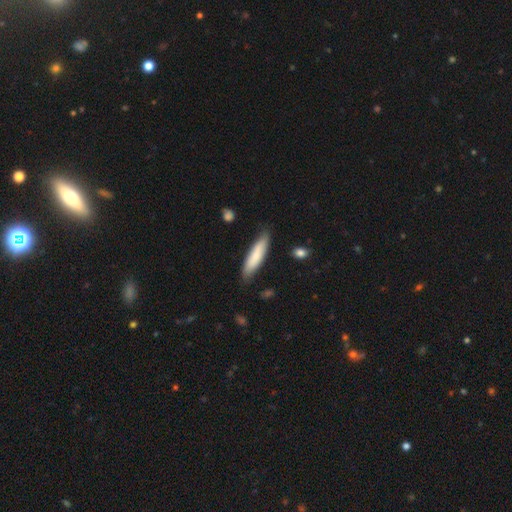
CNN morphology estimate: Smooth or featured? smooth (78%)
How rounded? cigar-shaped (76%)
Merging? none (81%)